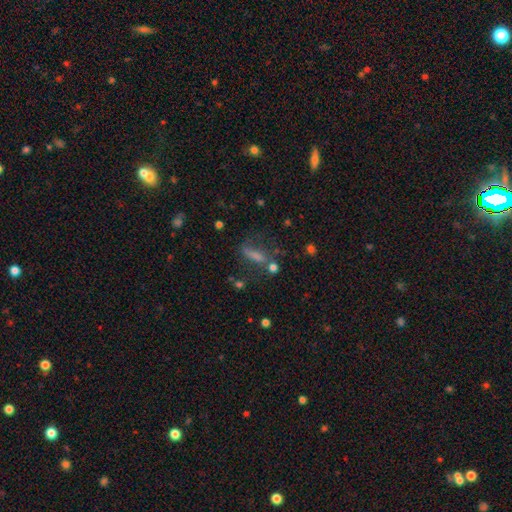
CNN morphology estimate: This is marginally a smooth galaxy (43%). Merging: possibly none (53%).